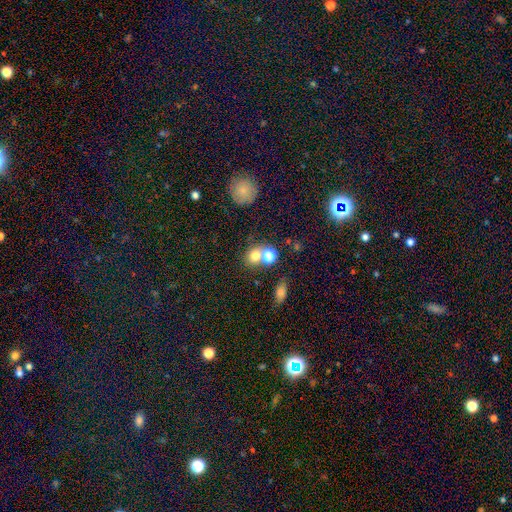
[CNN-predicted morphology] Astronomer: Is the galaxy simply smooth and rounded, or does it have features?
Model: smooth — 72%.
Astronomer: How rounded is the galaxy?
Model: round — 75%.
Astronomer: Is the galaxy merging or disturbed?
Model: none — 51% (runner-up: merger, 36%).